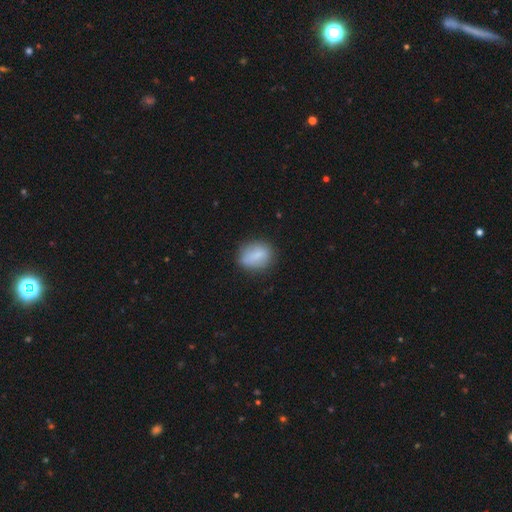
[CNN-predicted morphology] smooth 77%, featured or disk 15%, star or artifact 8%. Down the decision tree: how rounded — in between (64%); merging — none (75%).